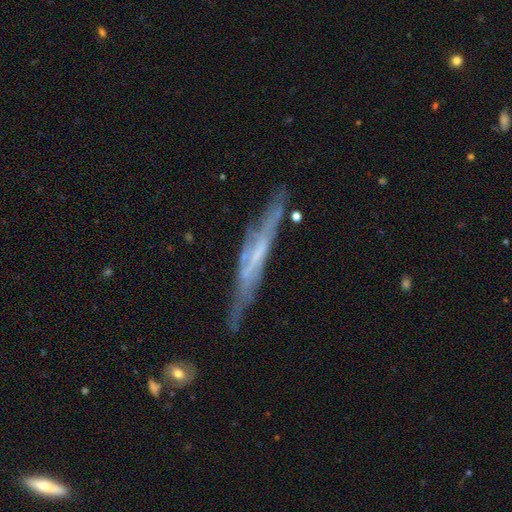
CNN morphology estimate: This is likely a featured or disk galaxy (71%). It is clearly viewed edge-on (84%). Edge-on bulge: likely none (70%). Merging: likely none (69%).